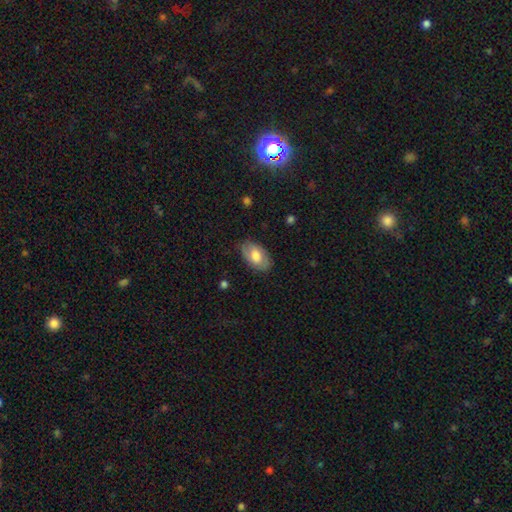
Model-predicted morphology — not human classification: A smooth galaxy with no disk features (66%) that is in between round and cigar-shaped (93%).

Vote fractions:
- Smooth or featured? smooth: 66% / featured or disk: 28% / star or artifact: 6%
- How rounded? in between: 93% / round: 5% / cigar-shaped: 2%
- Merging? none: 80% / minor disturbance: 15% / major disturbance: 4% / merger: 1%